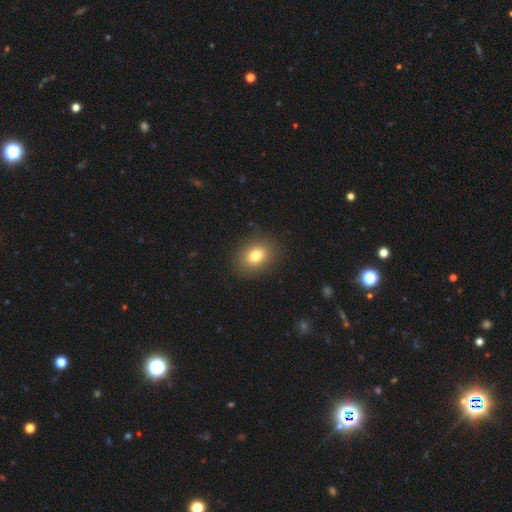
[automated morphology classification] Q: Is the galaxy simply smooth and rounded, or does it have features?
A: smooth — 80%.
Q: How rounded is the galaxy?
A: in between — 59%.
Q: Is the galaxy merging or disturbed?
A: none — 88%.